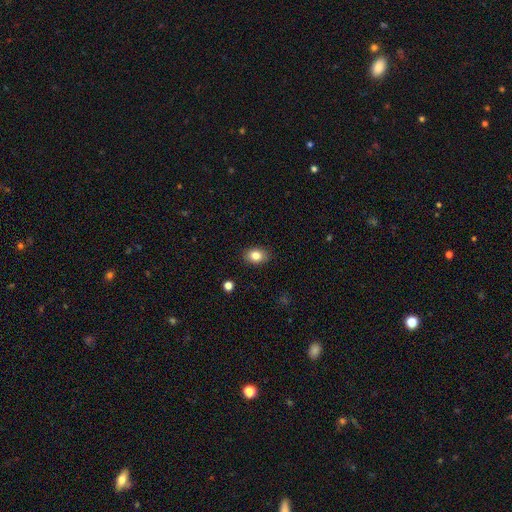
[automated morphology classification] Smooth or featured? smooth (83%)
How rounded? in between (72%)
Merging? none (88%)